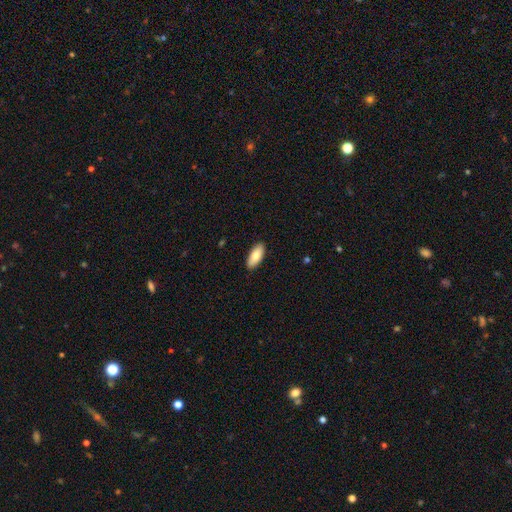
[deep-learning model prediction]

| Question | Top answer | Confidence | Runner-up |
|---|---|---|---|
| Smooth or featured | smooth | 80% | featured or disk (14%) |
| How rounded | in between | 84% | cigar-shaped (14%) |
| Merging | none | 89% | minor disturbance (8%) |